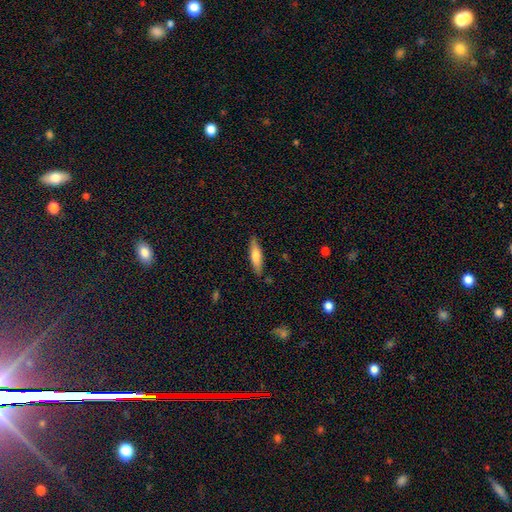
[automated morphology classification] The model was most divided on "smooth or featured": smooth: 66%, featured or disk: 29%, star or artifact: 6%. More confident: merging — none (85%); how rounded — cigar-shaped (72%).